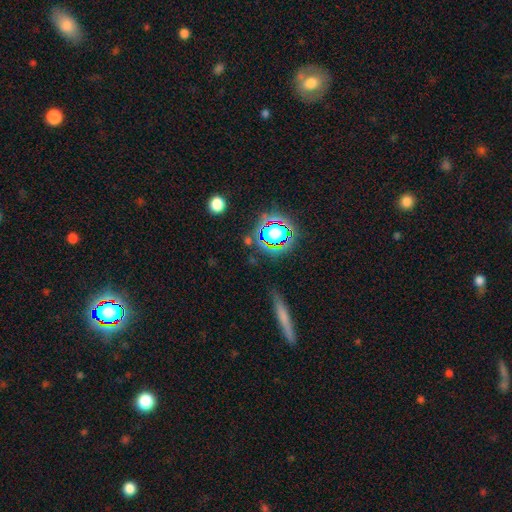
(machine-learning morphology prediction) Overall: star or artifact (55%; smooth 27%).